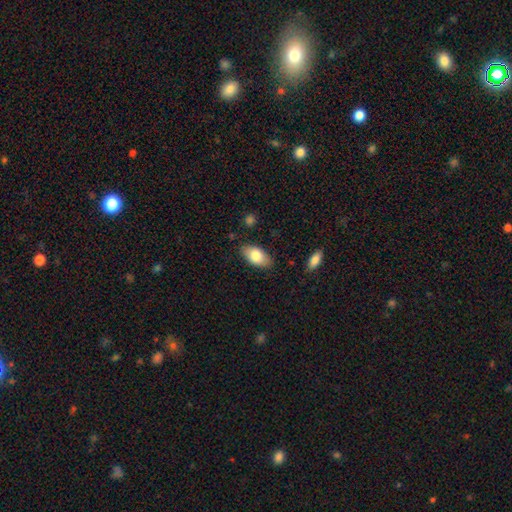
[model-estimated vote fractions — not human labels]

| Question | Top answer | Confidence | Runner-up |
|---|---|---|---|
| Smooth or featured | smooth | 80% | featured or disk (14%) |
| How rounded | in between | 93% | cigar-shaped (4%) |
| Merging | none | 83% | minor disturbance (13%) |